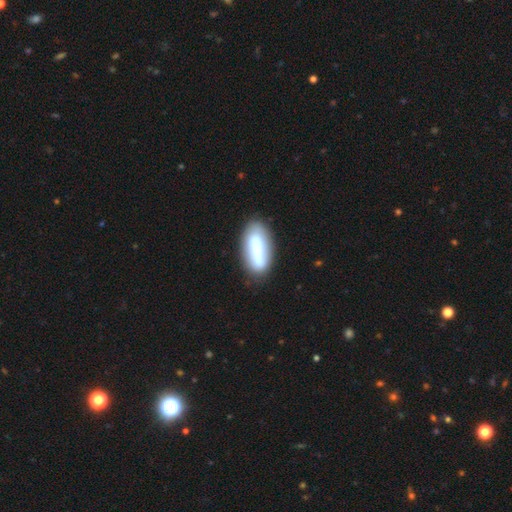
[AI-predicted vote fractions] Smooth or featured? Predicted: smooth (p=0.62). How rounded? Predicted: in between (p=0.80). Merging? Predicted: none (p=0.65).